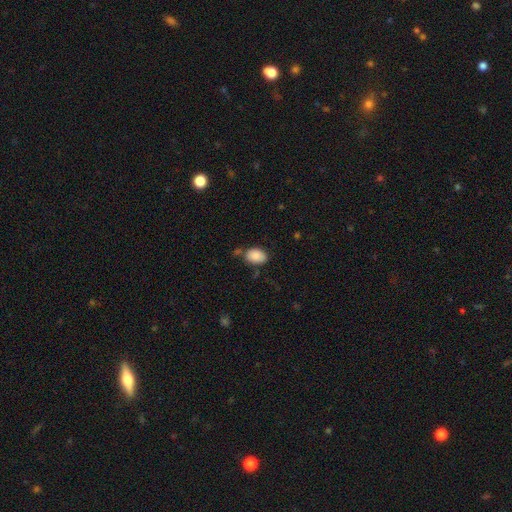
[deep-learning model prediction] Morphology: type=smooth (86%); roundness=in between (84%); merging=none (69%).